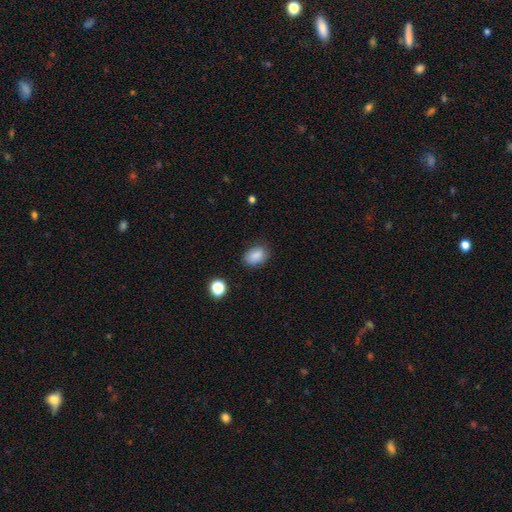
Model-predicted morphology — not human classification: This appears to be a smooth galaxy with no disk features (87%) that is in between round and cigar-shaped (78%). Merging: none (80%).